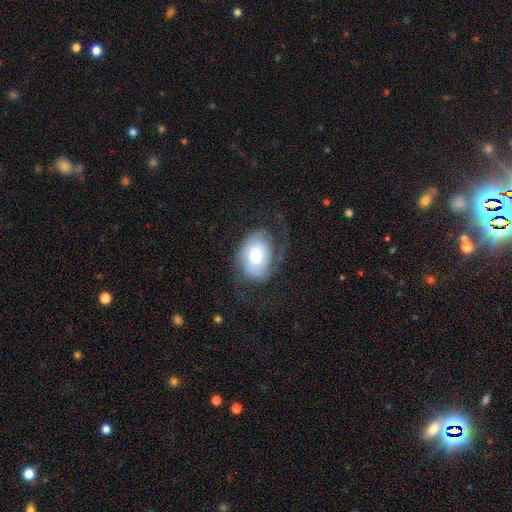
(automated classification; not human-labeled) Smooth or featured?
  - featured or disk: 55% *
  - smooth: 38%
  - star or artifact: 7%
Edge-on disk?
  - no: 95% *
  - yes: 5%
Bar?
  - no: 70% *
  - weak: 23%
  - strong: 7%
Spiral arms?
  - yes: 78% *
  - no: 22%
Bulge size?
  - moderate: 63% *
  - large: 16%
  - small: 16%
  - dominant: 3%
  - none: 1%
Merging?
  - none: 49% *
  - major disturbance: 29%
  - minor disturbance: 21%
  - merger: 2%